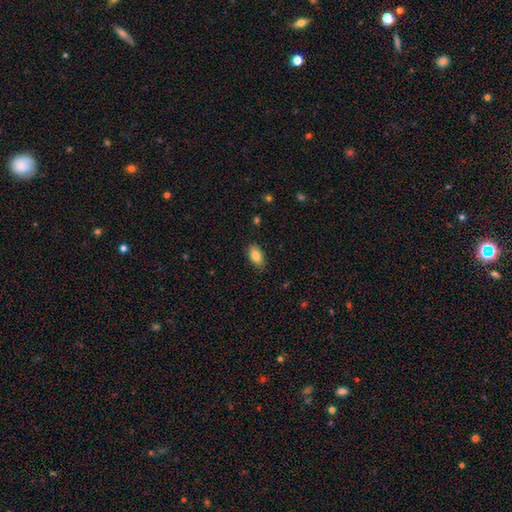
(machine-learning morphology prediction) Smooth or featured? Predicted: smooth (p=0.83). How rounded? Predicted: in between (p=0.92). Merging? Predicted: none (p=0.84).